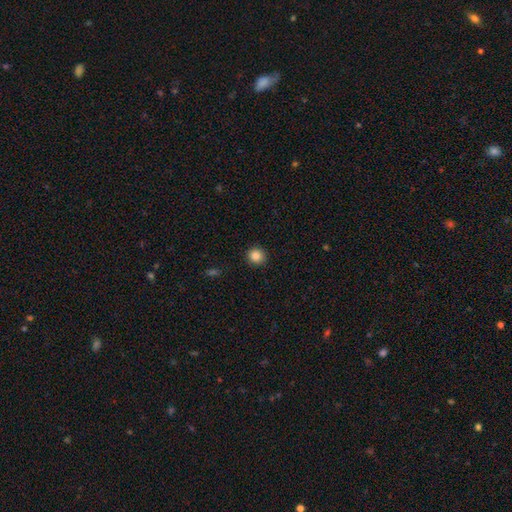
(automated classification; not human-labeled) smooth_or_featured: smooth (p=0.85) [alt: star or artifact p=0.10]
how_rounded: round (p=0.90) [alt: in between p=0.09]
merging: none (p=0.92) [alt: minor disturbance p=0.05]